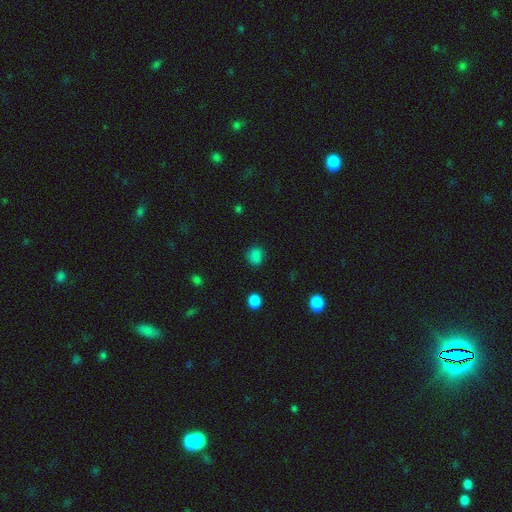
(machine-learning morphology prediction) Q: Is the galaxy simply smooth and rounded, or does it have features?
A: smooth — 82%.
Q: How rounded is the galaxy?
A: round — 63%.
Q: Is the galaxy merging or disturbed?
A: none — 79%.